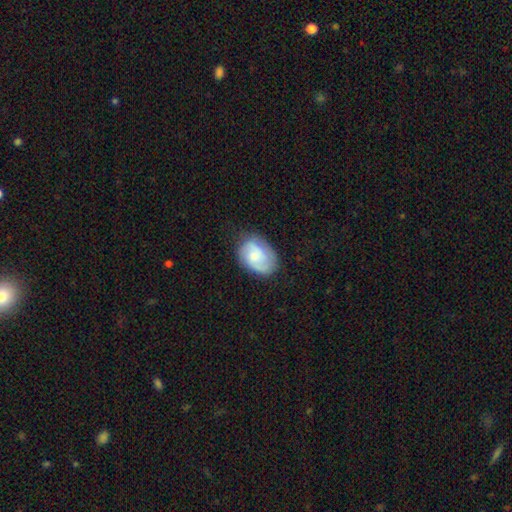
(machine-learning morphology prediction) Smooth or featured? Predicted: smooth (p=0.47). Merging? Predicted: none (p=0.67).